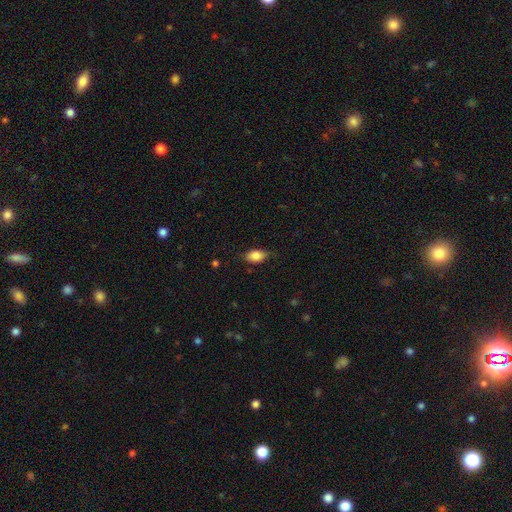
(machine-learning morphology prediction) smooth_or_featured: smooth (p=0.84) [alt: featured or disk p=0.09]
how_rounded: in between (p=0.88) [alt: round p=0.09]
merging: none (p=0.74) [alt: minor disturbance p=0.21]